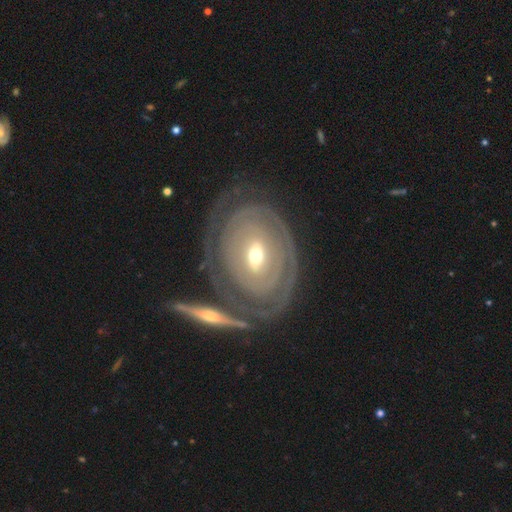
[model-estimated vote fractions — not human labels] Smooth or featured: featured or disk — 83% (smooth — 13%)
Edge-on disk: no — 93% (yes — 7%)
Bar: no — 43% (weak — 36%)
Spiral arms: yes — 82% (no — 18%)
Spiral winding: tight — 83% (medium — 12%)
Spiral arm count: can't tell — 43% (2 — 28%)
Bulge size: moderate — 49% (small — 45%)
Merging: none — 59% (minor disturbance — 17%)